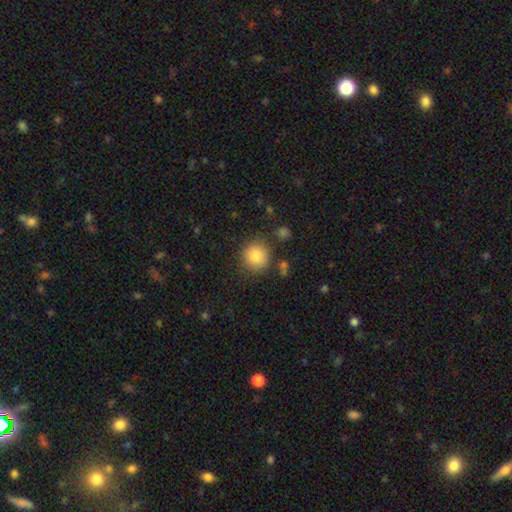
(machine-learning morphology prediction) smooth_or_featured: smooth (p=0.85) [alt: star or artifact p=0.09]
how_rounded: round (p=0.91) [alt: in between p=0.08]
merging: none (p=0.84) [alt: minor disturbance p=0.10]